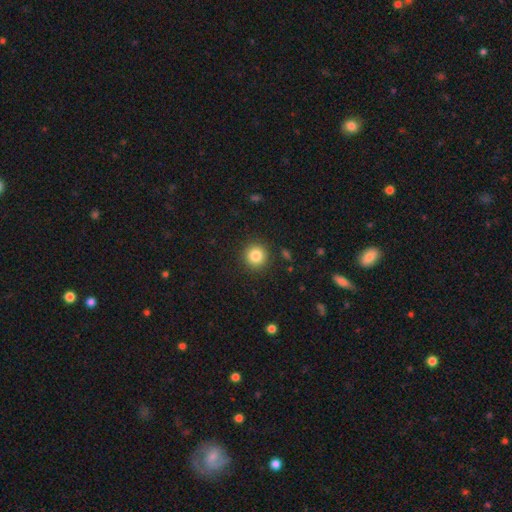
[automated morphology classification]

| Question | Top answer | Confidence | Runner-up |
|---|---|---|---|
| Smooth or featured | smooth | 84% | star or artifact (10%) |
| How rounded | round | 93% | in between (6%) |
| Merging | none | 90% | minor disturbance (6%) |